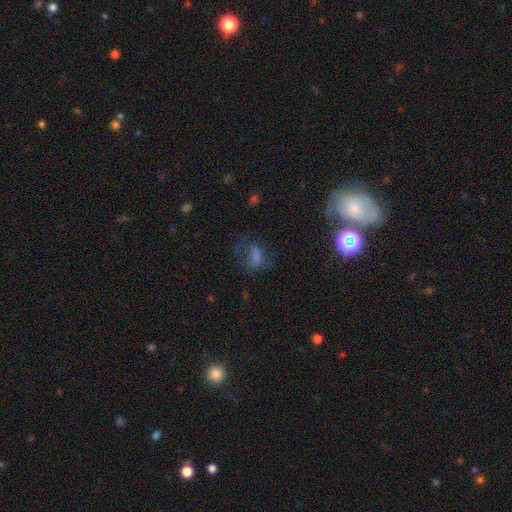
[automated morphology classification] Q: Smooth or featured?
A: smooth (44%); runner-up: star or artifact (29%)
Q: Merging?
A: none (50%); runner-up: major disturbance (24%)